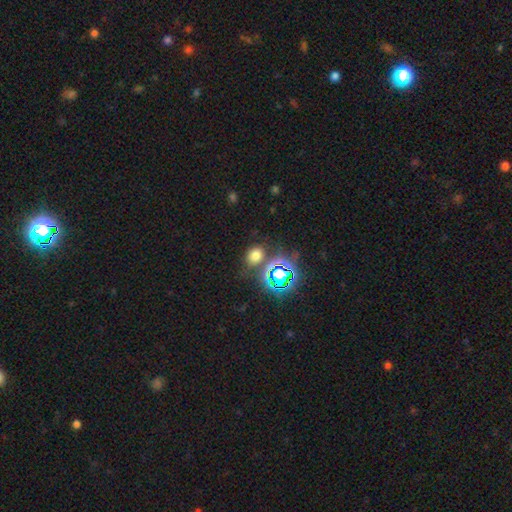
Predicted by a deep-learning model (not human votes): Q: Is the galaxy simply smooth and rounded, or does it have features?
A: smooth — 62%.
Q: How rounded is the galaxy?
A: in between — 56%.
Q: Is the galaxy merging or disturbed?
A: none — 78%.